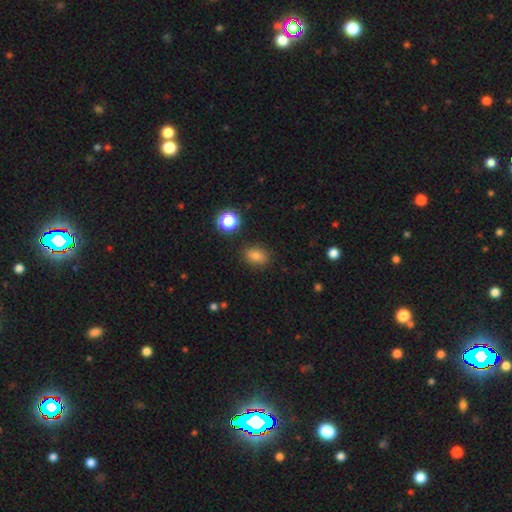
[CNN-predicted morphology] smooth_or_featured: smooth (p=0.77) [alt: star or artifact p=0.15]
how_rounded: in between (p=0.69) [alt: round p=0.29]
merging: none (p=0.86) [alt: minor disturbance p=0.09]